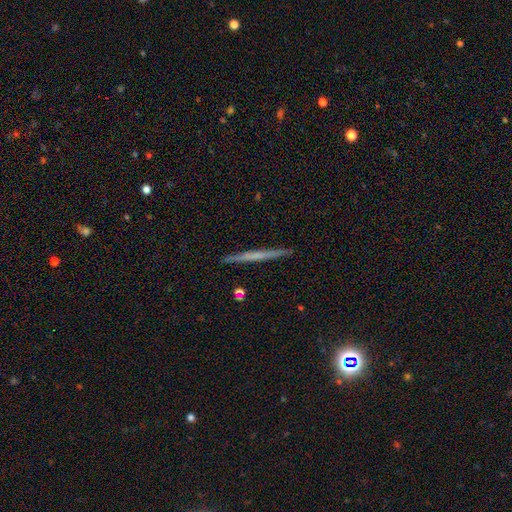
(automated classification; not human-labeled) Q: Smooth or featured?
A: featured or disk (57%); runner-up: smooth (36%)
Q: Edge-on disk?
A: yes (98%); runner-up: no (2%)
Q: Edge-on bulge?
A: none (82%); runner-up: rounded (13%)
Q: Merging?
A: none (92%); runner-up: minor disturbance (5%)